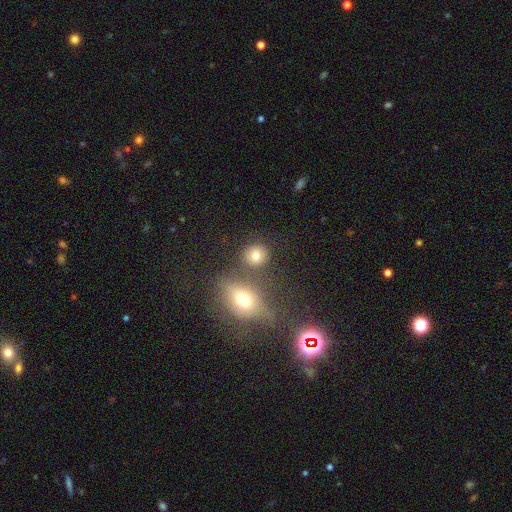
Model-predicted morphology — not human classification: type=smooth (77%); roundness=round (83%); merging=none (71%).